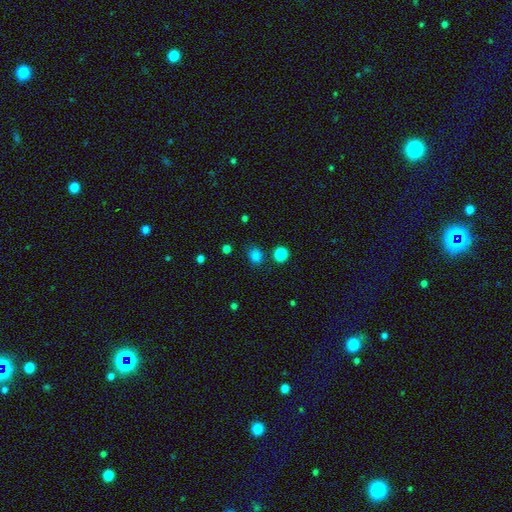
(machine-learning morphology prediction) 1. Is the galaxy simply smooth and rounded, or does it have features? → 81% smooth, 15% star or artifact, 4% featured or disk.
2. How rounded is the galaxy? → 69% round, 30% in between, 1% cigar-shaped.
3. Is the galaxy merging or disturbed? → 80% none, 11% minor disturbance, 5% merger, 3% major disturbance.